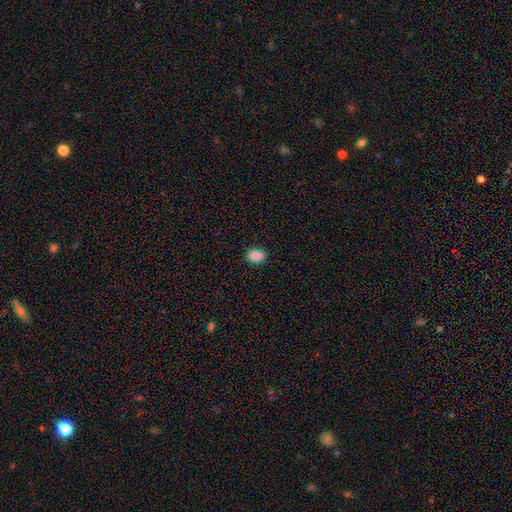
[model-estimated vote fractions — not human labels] Smooth or featured: smooth — 88% (star or artifact — 9%)
How rounded: in between — 76% (round — 23%)
Merging: none — 88% (minor disturbance — 9%)